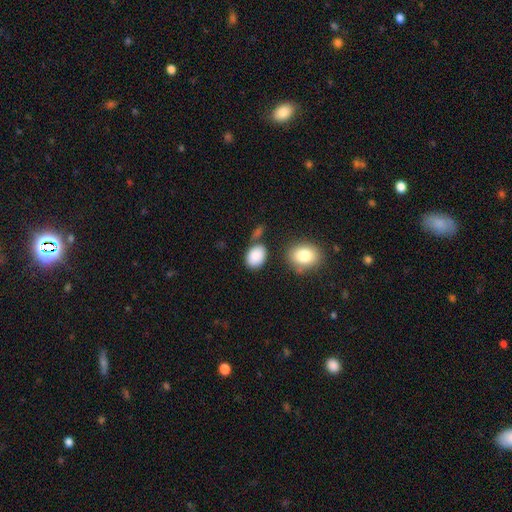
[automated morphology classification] A smooth galaxy with no disk features (88%) that is in between round and cigar-shaped (77%). Merging: none (67%).